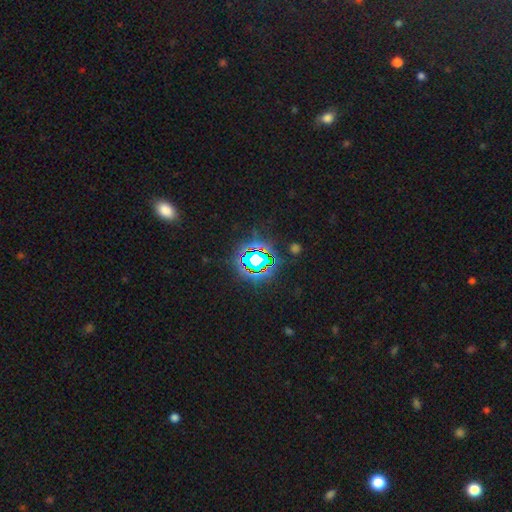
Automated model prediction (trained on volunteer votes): Smooth or featured? Predicted: star or artifact (p=0.72).